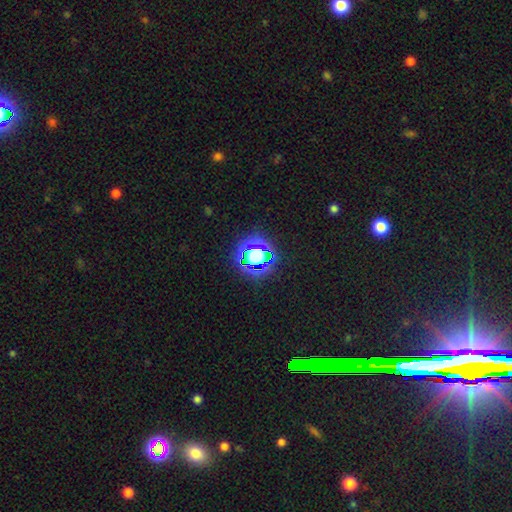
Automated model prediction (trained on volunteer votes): smooth-or-featured: star or artifact: 56% | smooth: 30% | featured or disk: 14%